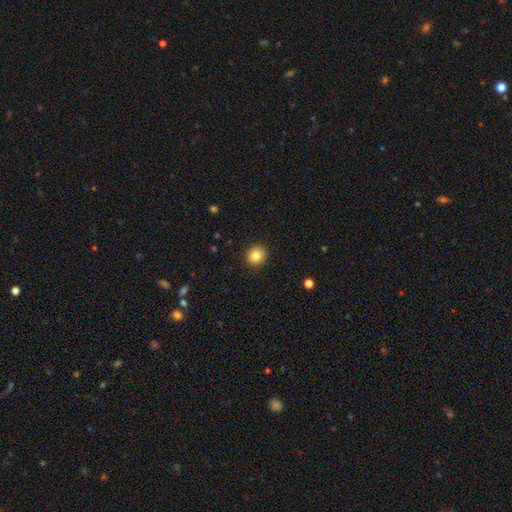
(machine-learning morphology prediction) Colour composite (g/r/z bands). It shows a smooth galaxy with no disk features (83%) that is round (90%). Merging: none (91%).